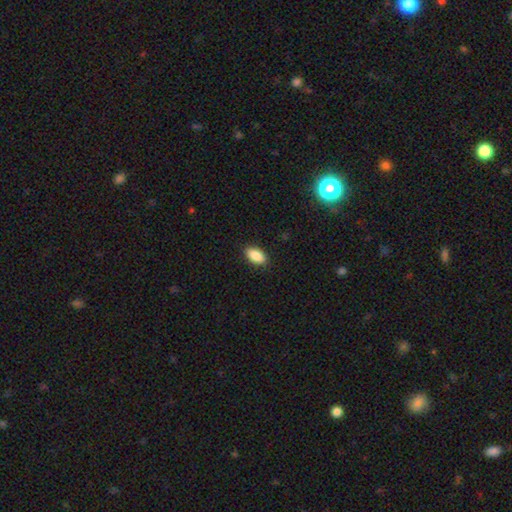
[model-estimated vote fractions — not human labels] This appears to be a smooth galaxy with no disk features (89%) that is in between round and cigar-shaped (93%). Merging: none (88%).